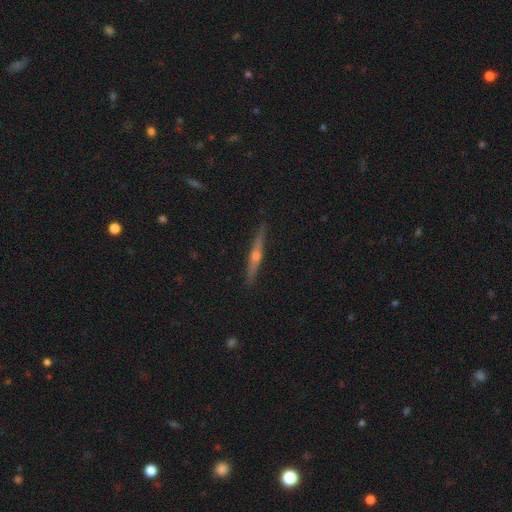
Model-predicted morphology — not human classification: type=featured or disk (77%); edge-on=yes (98%); edge-on bulge=rounded (90%); merging=none (90%).